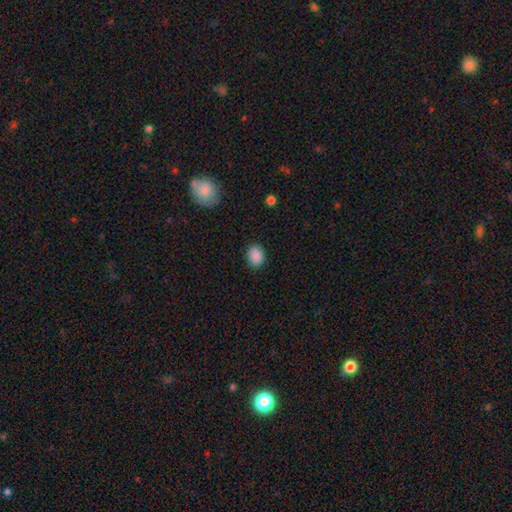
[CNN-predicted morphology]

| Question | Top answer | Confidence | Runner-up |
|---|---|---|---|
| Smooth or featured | smooth | 89% | star or artifact (8%) |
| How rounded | in between | 63% | round (36%) |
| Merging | none | 87% | minor disturbance (9%) |